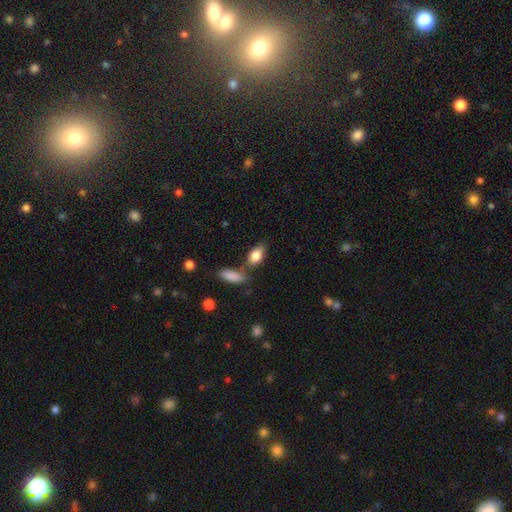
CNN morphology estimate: The model was most divided on "merging": none: 61%, merger: 19%, minor disturbance: 15%, major disturbance: 4%. More confident: how rounded — in between (88%); smooth or featured — smooth (84%).